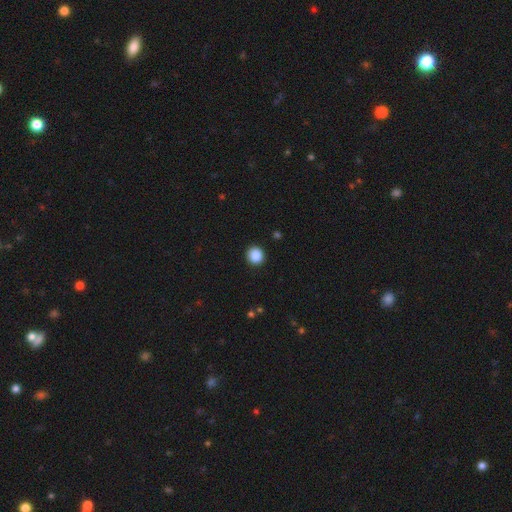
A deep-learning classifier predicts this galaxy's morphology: A smooth galaxy with no disk features (87%) that is round (91%). Merging: none (91%).